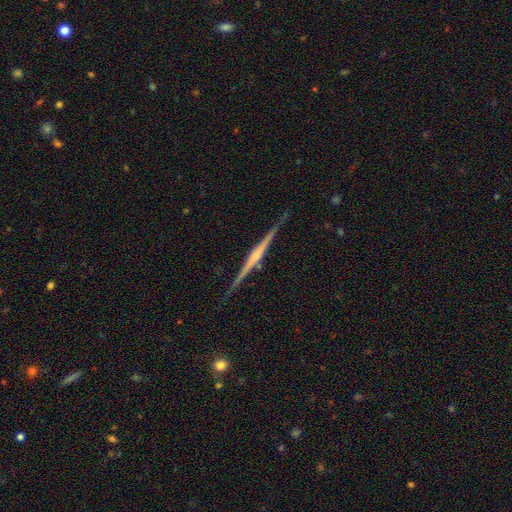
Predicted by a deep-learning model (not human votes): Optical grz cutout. It shows a featured or disk galaxy (82%) viewed edge-on (98%) with a rounded central bulge (52%). Merging: none (89%).